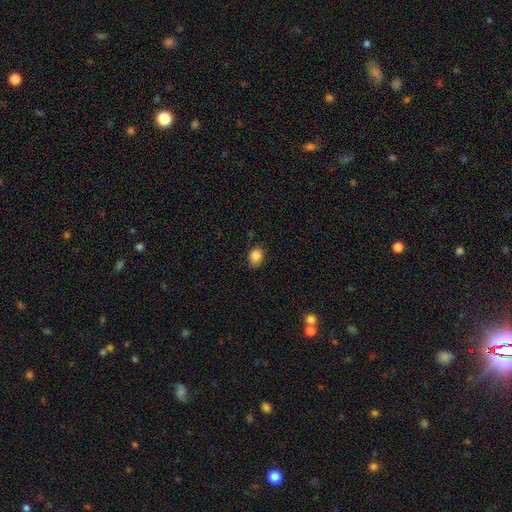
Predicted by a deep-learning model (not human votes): The model was most divided on "how rounded": in between: 59%, round: 40%, cigar-shaped: 1%. More confident: smooth or featured — smooth (86%); merging — none (82%).